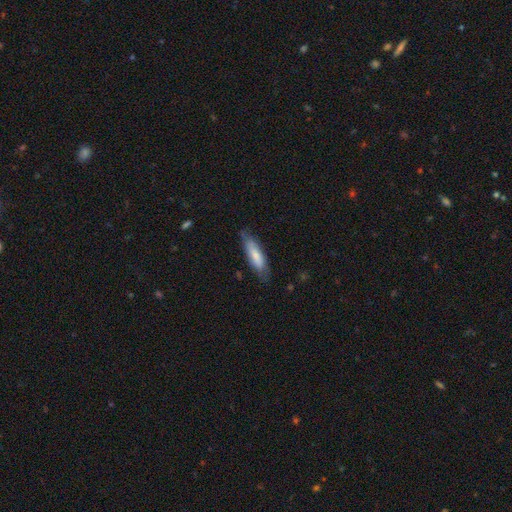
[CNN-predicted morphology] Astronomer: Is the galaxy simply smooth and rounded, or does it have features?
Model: smooth — 73%.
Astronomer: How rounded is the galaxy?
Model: cigar-shaped — 61% (runner-up: in between, 38%).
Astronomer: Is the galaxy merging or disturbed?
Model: none — 72%.